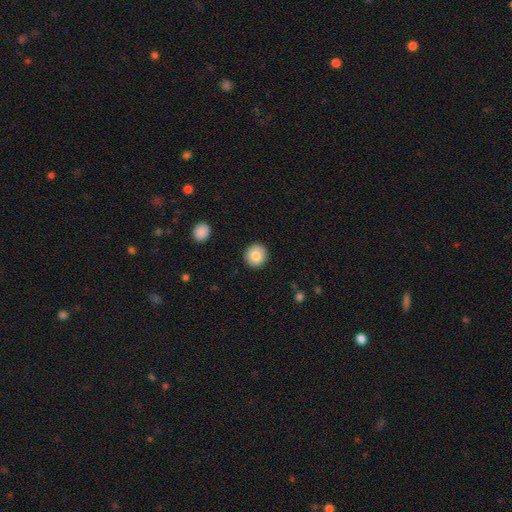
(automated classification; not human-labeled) Smooth or featured: smooth — 84% (featured or disk — 8%)
How rounded: round — 91% (in between — 8%)
Merging: none — 92% (minor disturbance — 5%)